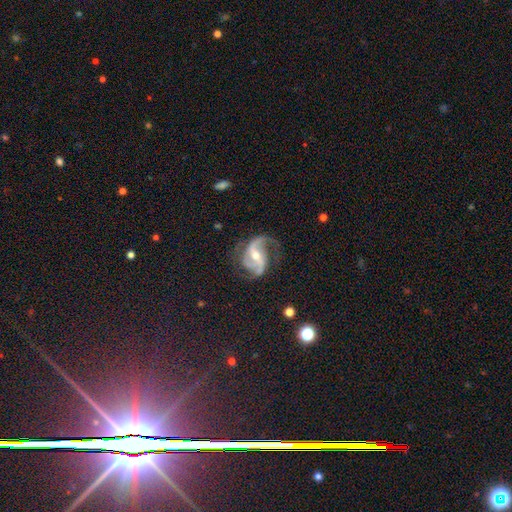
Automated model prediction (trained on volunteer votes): smooth-or-featured: featured or disk: 90% | star or artifact: 6% | smooth: 5%
  disk-edge-on: no: 98% | yes: 2%
    bar: strong: 39% (tied) | weak: 39% (tied) | no: 21%
    has-spiral-arms: yes: 97% | no: 3%
      spiral-winding: loose: 49% | medium: 41% | tight: 10%
      spiral-arm-count: 2: 76% | 3: 10% | 1: 6% | can't tell: 5% | 4: 2% | more than 4: 2%
    bulge-size: moderate: 51% | small: 45% | large: 2% | none: 1% | dominant: 1%
  merging: none: 63% | minor disturbance: 20% | major disturbance: 16% | merger: 2%